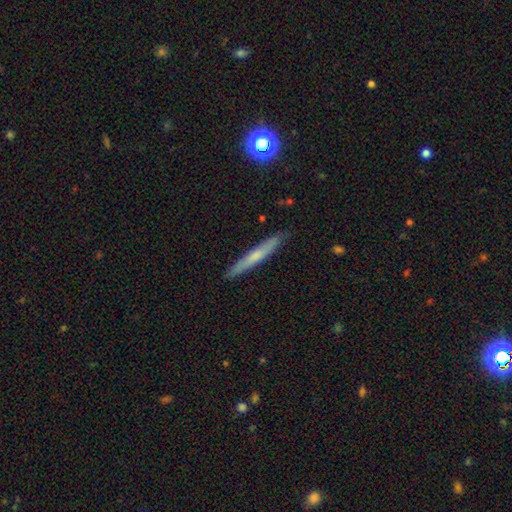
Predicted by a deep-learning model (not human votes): Smooth or featured: smooth — 51% (featured or disk — 43%)
How rounded: cigar-shaped — 95% (in between — 3%)
Merging: none — 90% (minor disturbance — 8%)